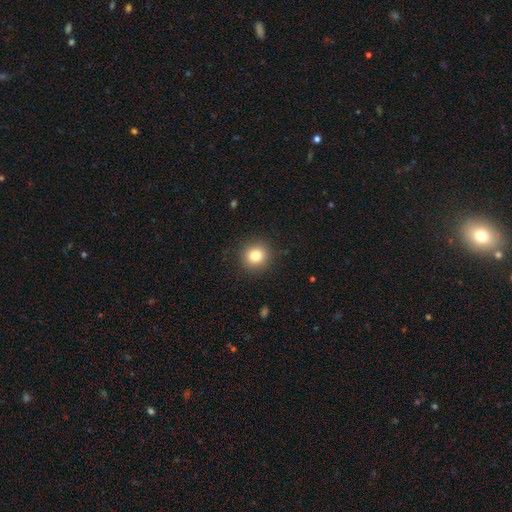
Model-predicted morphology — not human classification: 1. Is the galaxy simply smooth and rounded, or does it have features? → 81% smooth, 11% star or artifact, 8% featured or disk.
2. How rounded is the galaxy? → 92% round, 7% in between, 1% cigar-shaped.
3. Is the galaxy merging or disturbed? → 91% none, 6% minor disturbance, 2% major disturbance, 1% merger.